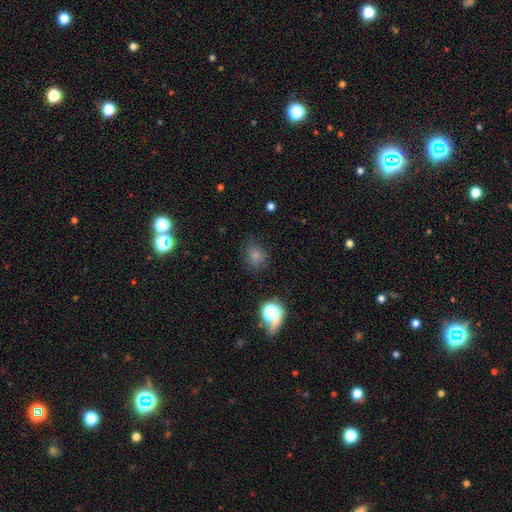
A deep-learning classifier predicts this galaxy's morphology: Smooth or featured? smooth (78%)
How rounded? round (70%)
Merging? none (75%)